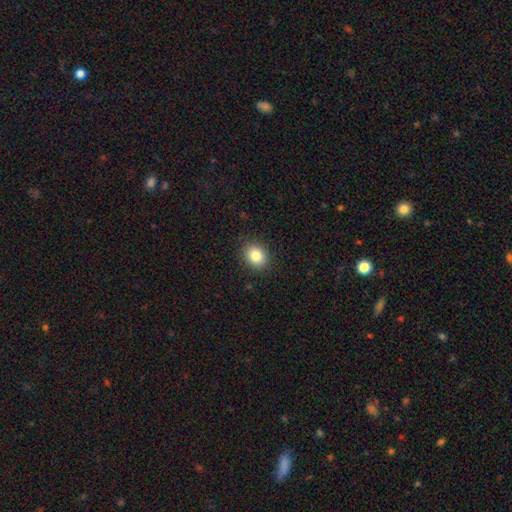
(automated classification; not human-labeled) Q: Smooth or featured?
A: smooth (83%); runner-up: star or artifact (10%)
Q: How rounded?
A: round (63%); runner-up: in between (36%)
Q: Merging?
A: none (89%); runner-up: minor disturbance (8%)